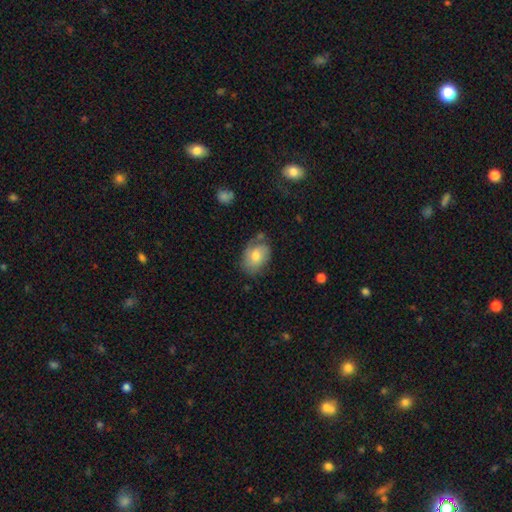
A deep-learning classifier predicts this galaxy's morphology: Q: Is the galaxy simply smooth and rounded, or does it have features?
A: smooth — 61%.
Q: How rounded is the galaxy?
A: in between — 77%.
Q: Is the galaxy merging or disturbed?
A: none — 55%.